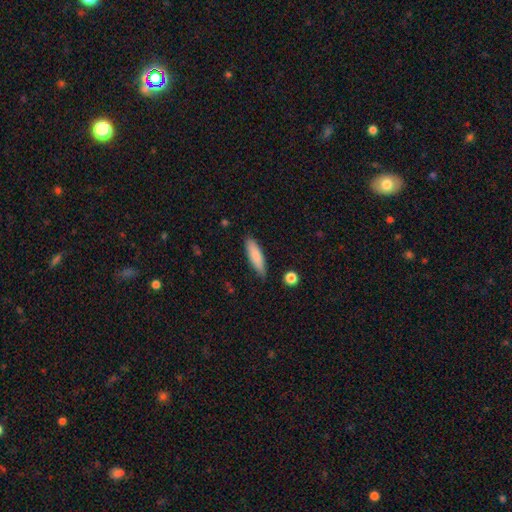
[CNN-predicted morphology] The model was most divided on "how rounded": cigar-shaped: 63%, in between: 36%, round: 2%. More confident: merging — none (83%); smooth or featured — smooth (83%).